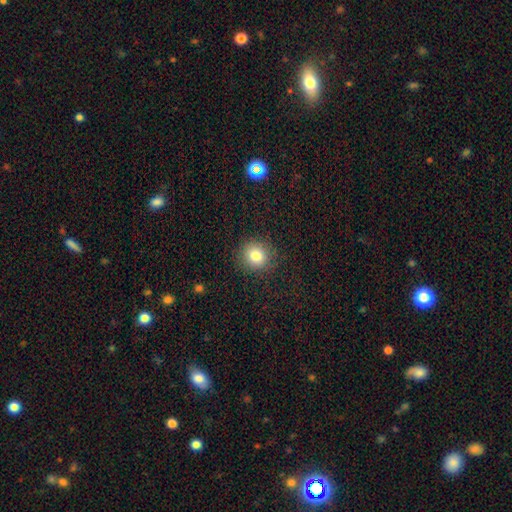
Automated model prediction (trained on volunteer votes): Smooth or featured? Predicted: smooth (p=0.82). How rounded? Predicted: round (p=0.86). Merging? Predicted: none (p=0.88).